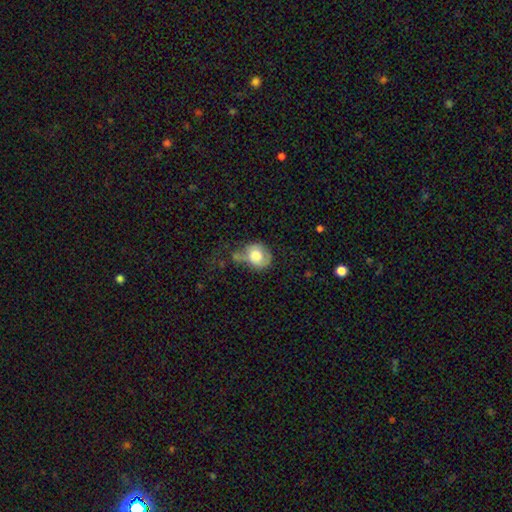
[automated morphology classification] Smooth or featured? Predicted: smooth (p=0.71). How rounded? Predicted: round (p=0.61). Merging? Predicted: minor disturbance (p=0.31).